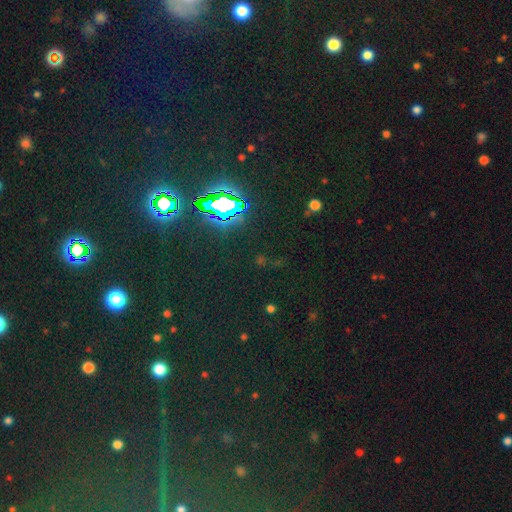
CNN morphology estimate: Overall: star or artifact (77%).